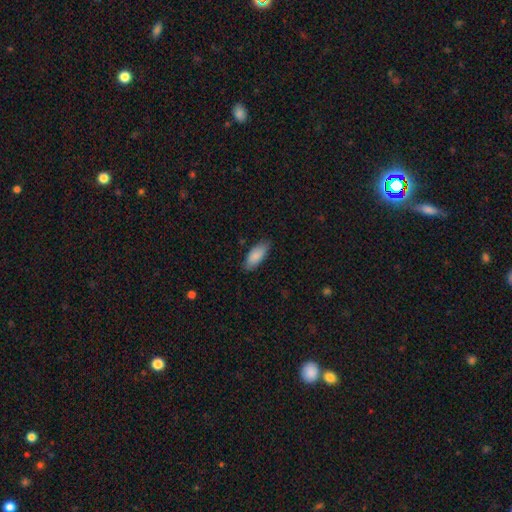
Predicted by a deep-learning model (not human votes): The model was most divided on "merging": none: 80%, minor disturbance: 16%, major disturbance: 3%, merger: 1%. More confident: smooth or featured — smooth (88%); how rounded — in between (84%).